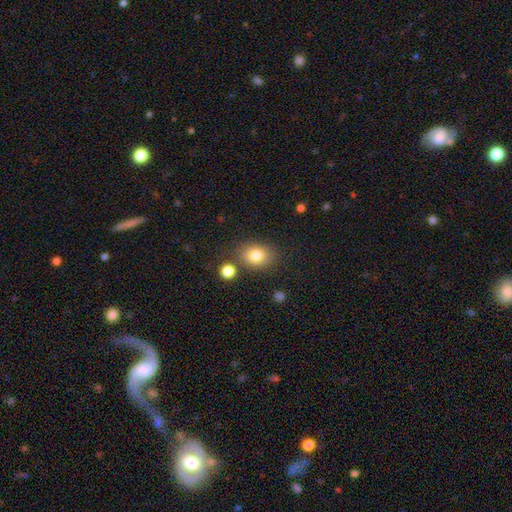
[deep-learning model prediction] Smooth or featured? Predicted: smooth (p=0.82). How rounded? Predicted: in between (p=0.61). Merging? Predicted: none (p=0.76).